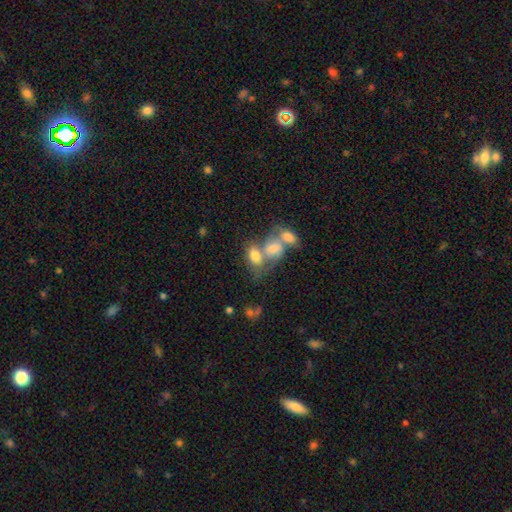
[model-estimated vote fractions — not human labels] Smooth or featured: smooth — 74% (featured or disk — 16%)
How rounded: in between — 82% (round — 16%)
Merging: merger — 57% (none — 26%)